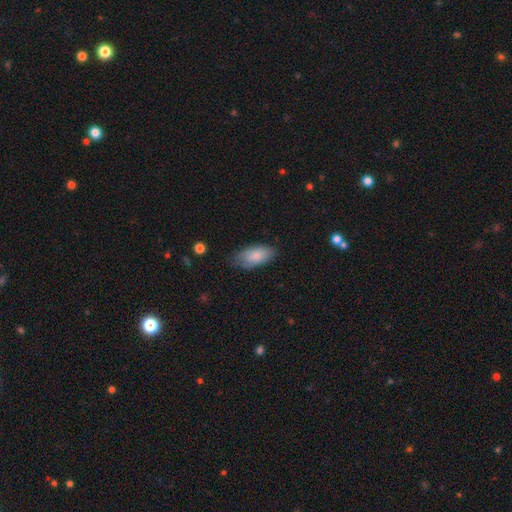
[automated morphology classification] Smooth or featured? Predicted: smooth (p=0.81). How rounded? Predicted: in between (p=0.92). Merging? Predicted: none (p=0.64).